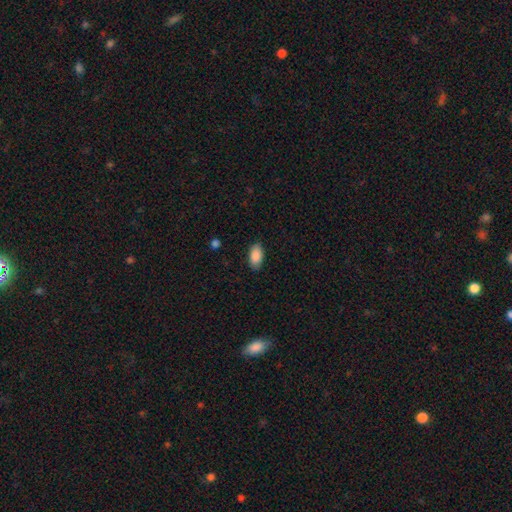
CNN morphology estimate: Smooth or featured? Predicted: smooth (p=0.90). How rounded? Predicted: in between (p=0.94). Merging? Predicted: none (p=0.87).